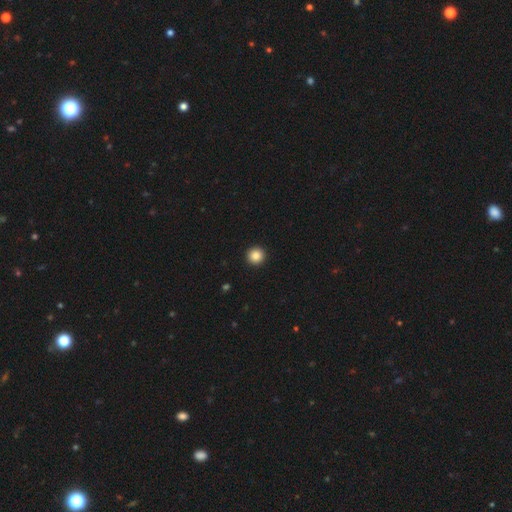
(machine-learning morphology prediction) Q: Smooth or featured?
A: smooth (87%); runner-up: star or artifact (10%)
Q: How rounded?
A: round (96%); runner-up: in between (3%)
Q: Merging?
A: none (94%); runner-up: minor disturbance (4%)